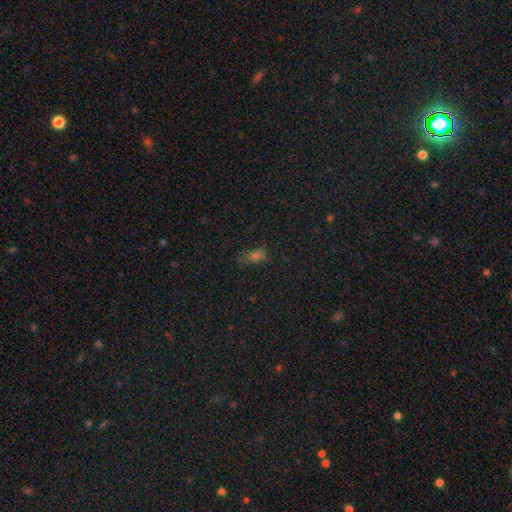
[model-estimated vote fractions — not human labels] The model was most divided on "merging": none: 63%, minor disturbance: 24%, major disturbance: 9%, merger: 3%. More confident: how rounded — in between (79%); smooth or featured — smooth (64%).